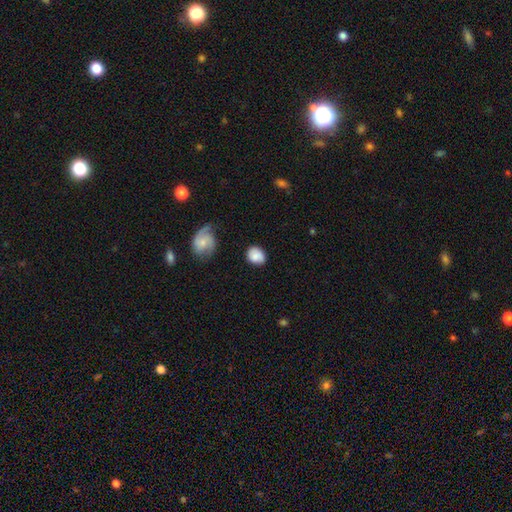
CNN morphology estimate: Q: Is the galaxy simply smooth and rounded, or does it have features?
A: smooth — 80%.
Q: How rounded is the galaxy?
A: round — 53%.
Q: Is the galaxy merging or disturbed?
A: none — 74%.